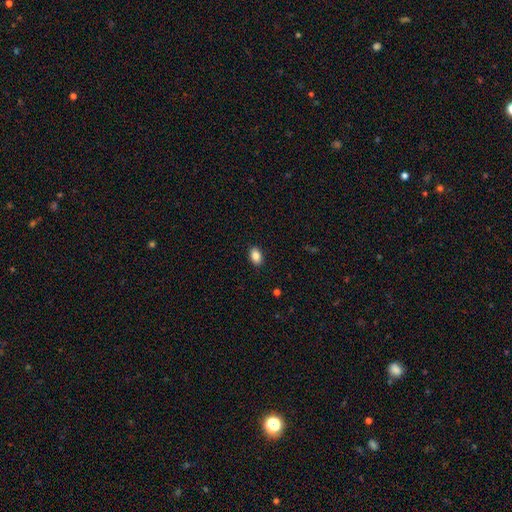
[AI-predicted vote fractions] Smooth or featured: smooth — 86% (star or artifact — 8%)
How rounded: in between — 85% (round — 14%)
Merging: none — 90% (minor disturbance — 8%)